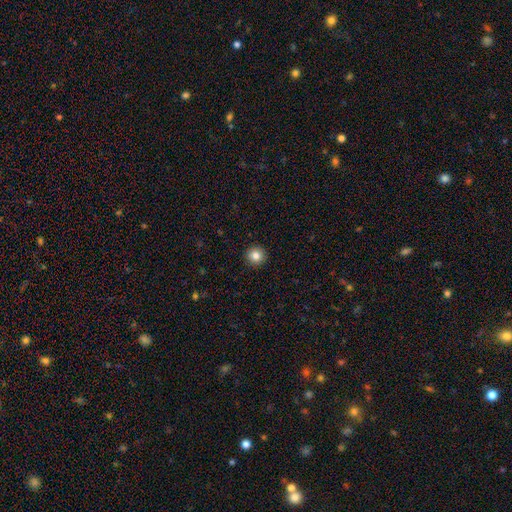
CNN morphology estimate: Overall: smooth (83%). How rounded: round (96%). Merging: none (93%).